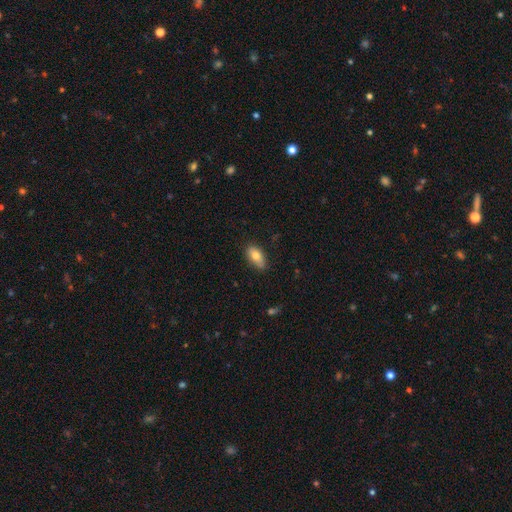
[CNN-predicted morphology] A smooth galaxy with no disk features (76%) that is in between round and cigar-shaped (89%).

Vote fractions:
- Smooth or featured? smooth: 76% / featured or disk: 16% / star or artifact: 7%
- How rounded? in between: 89% / cigar-shaped: 6% / round: 5%
- Merging? none: 76% / minor disturbance: 20% / major disturbance: 3% / merger: 1%